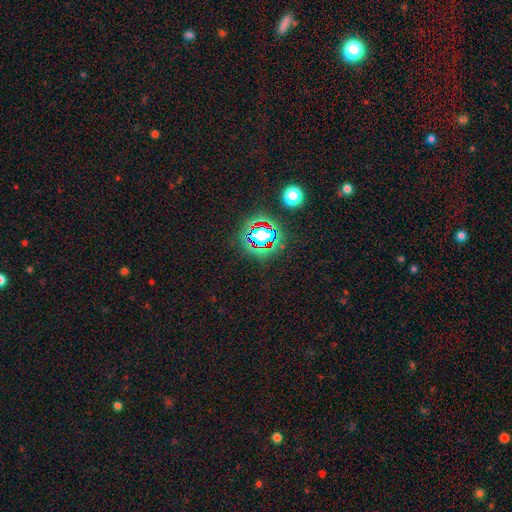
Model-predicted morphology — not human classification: Overall: star or artifact (81%).